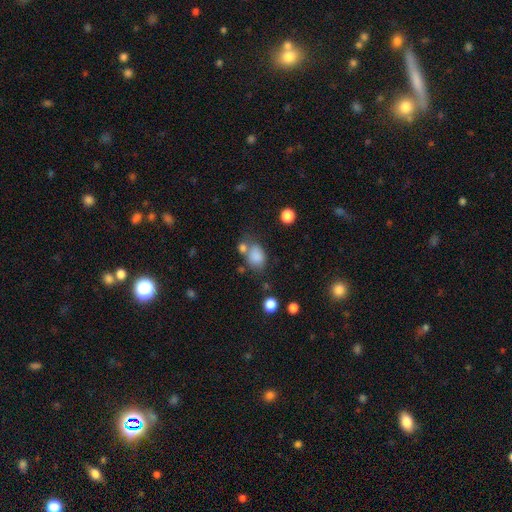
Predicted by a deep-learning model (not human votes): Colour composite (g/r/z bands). It shows a smooth galaxy with no disk features (83%) that is in between round and cigar-shaped (62%). Merging: none (51%).